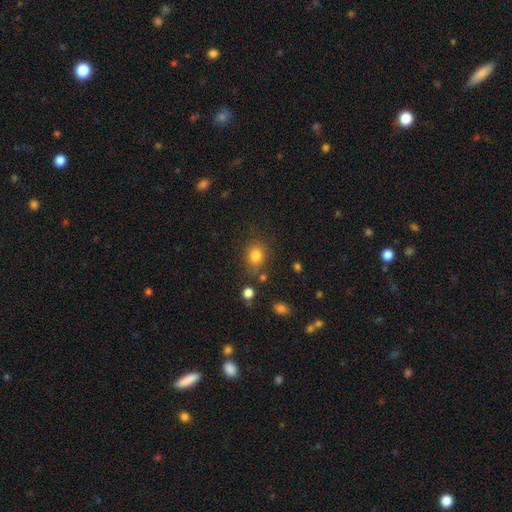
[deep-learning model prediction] Smooth or featured? Predicted: smooth (p=0.81). How rounded? Predicted: round (p=0.64). Merging? Predicted: none (p=0.73).